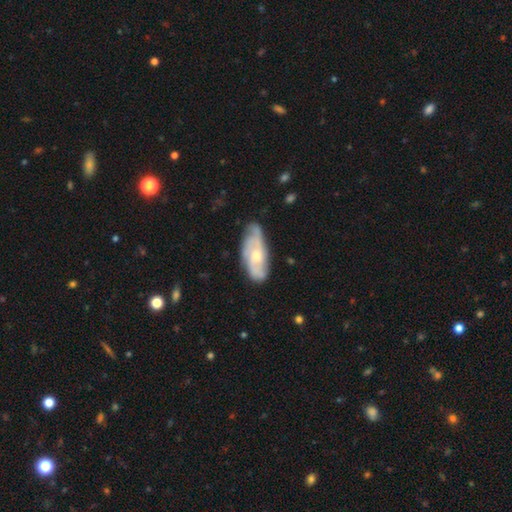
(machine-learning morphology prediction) smooth_or_featured: featured or disk (p=0.67) [alt: smooth p=0.27]
disk_edge_on: no (p=0.90) [alt: yes p=0.10]
bar: no (p=0.70) [alt: weak p=0.26]
has_spiral_arms: yes (p=0.88) [alt: no p=0.12]
spiral_winding: medium (p=0.43) [alt: tight p=0.38]
spiral_arm_count: 2 (p=0.31) [alt: can't tell p=0.28]
bulge_size: moderate (p=0.54) [alt: small p=0.40]
merging: none (p=0.66) [alt: minor disturbance p=0.26]